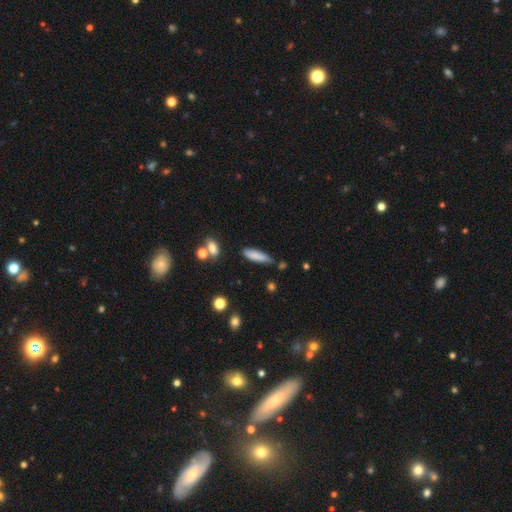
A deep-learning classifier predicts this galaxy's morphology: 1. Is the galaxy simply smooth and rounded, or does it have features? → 81% smooth, 11% featured or disk, 8% star or artifact.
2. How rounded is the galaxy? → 64% cigar-shaped, 34% in between, 2% round.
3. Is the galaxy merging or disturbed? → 66% none, 23% minor disturbance, 6% merger, 5% major disturbance.